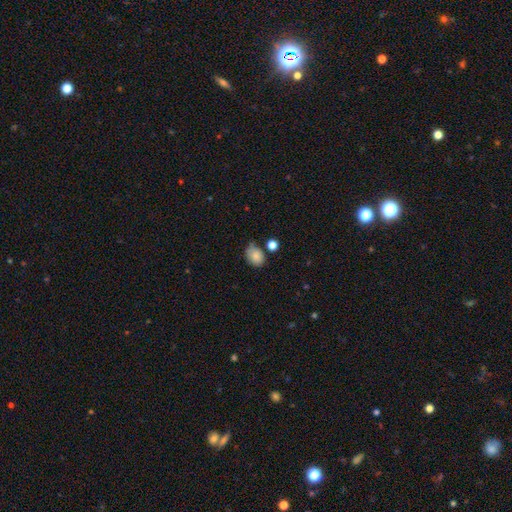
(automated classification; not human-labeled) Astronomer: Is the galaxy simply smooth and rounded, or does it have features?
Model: smooth — 84%.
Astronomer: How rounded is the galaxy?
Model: in between — 61% (runner-up: round, 38%).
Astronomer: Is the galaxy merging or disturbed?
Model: none — 58%.